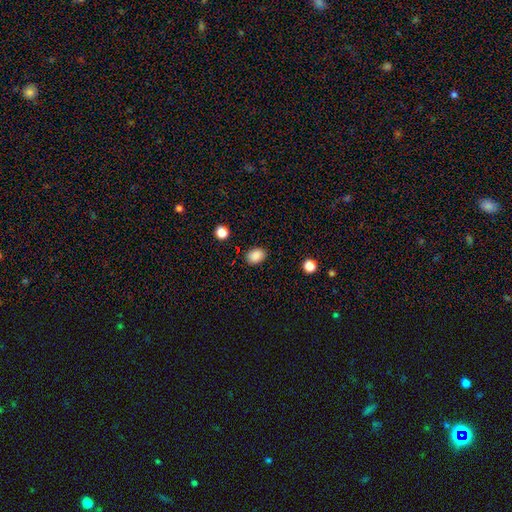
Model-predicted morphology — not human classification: This is clearly a smooth galaxy (88%). How rounded: likely in between (71%). Merging: clearly none (87%).